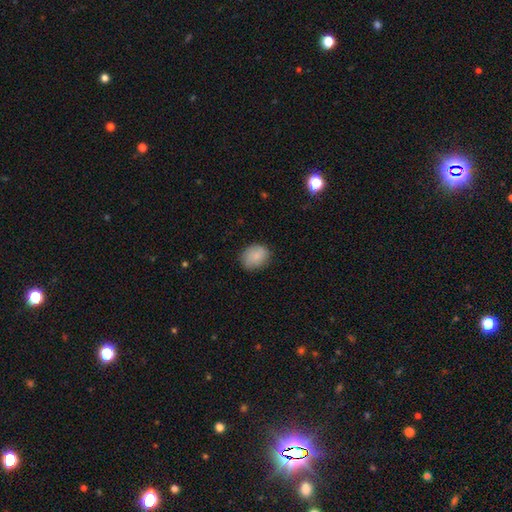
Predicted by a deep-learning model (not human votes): Smooth or featured? Predicted: smooth (p=0.83). How rounded? Predicted: in between (p=0.50). Merging? Predicted: none (p=0.79).